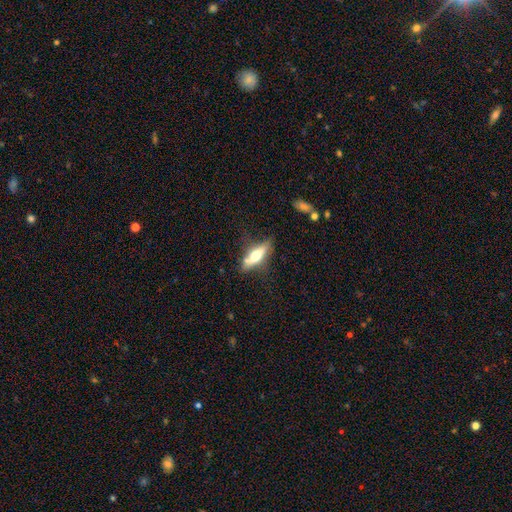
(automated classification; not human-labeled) Smooth or featured: smooth — 53% (featured or disk — 40%)
How rounded: cigar-shaped — 50% (in between — 48%)
Merging: none — 67% (minor disturbance — 21%)